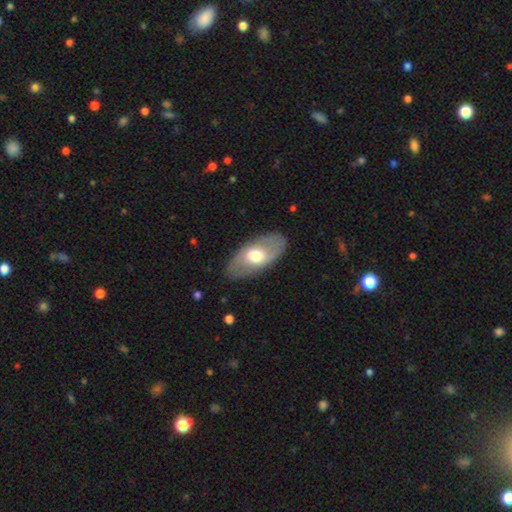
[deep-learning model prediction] The model was most divided on "smooth or featured" (2-way tie): smooth: 47%, featured or disk: 47%, star or artifact: 5%. More confident: merging — none (83%).